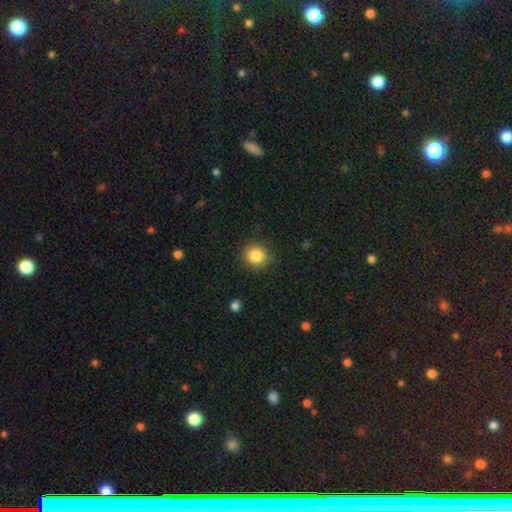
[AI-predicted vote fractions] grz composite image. It shows a smooth galaxy with no disk features (85%) that is round (90%). Merging: none (90%).